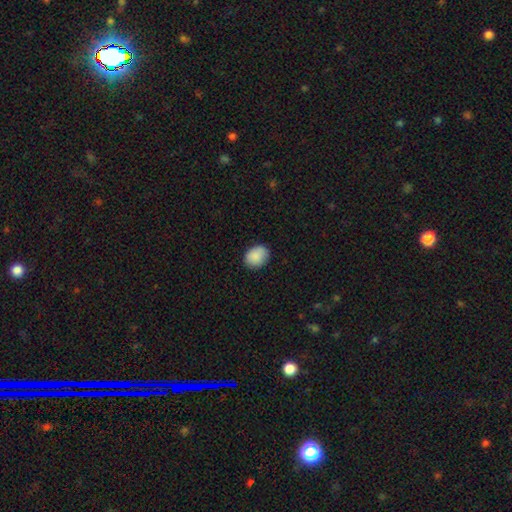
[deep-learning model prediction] The model was most divided on "how rounded": in between: 55%, round: 44%, cigar-shaped: 1%. More confident: smooth or featured — smooth (88%); merging — none (85%).